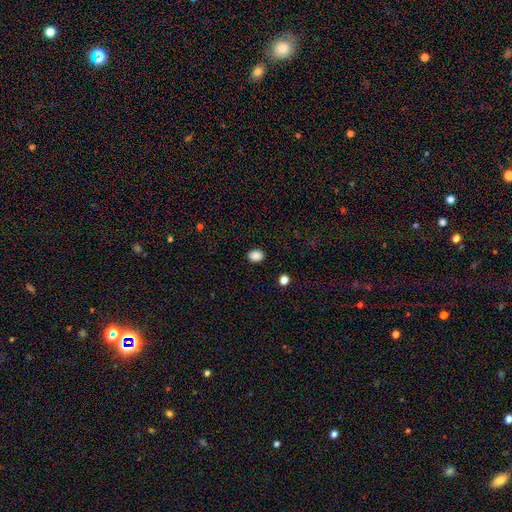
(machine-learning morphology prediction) type=smooth (88%); roundness=in between (59%); merging=none (89%).